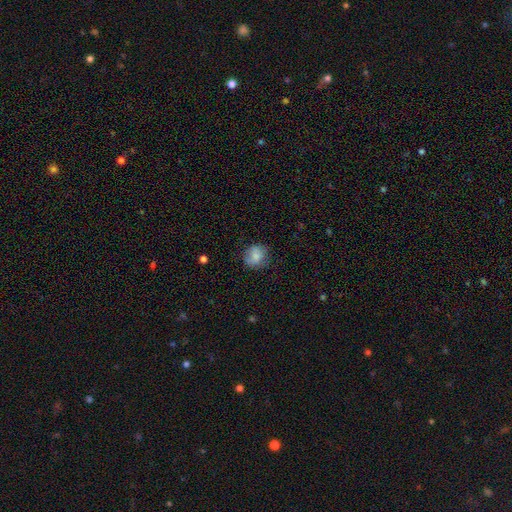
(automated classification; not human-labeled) smooth 81%, featured or disk 11%, star or artifact 8%. Down the decision tree: how rounded — round (77%); merging — none (75%).